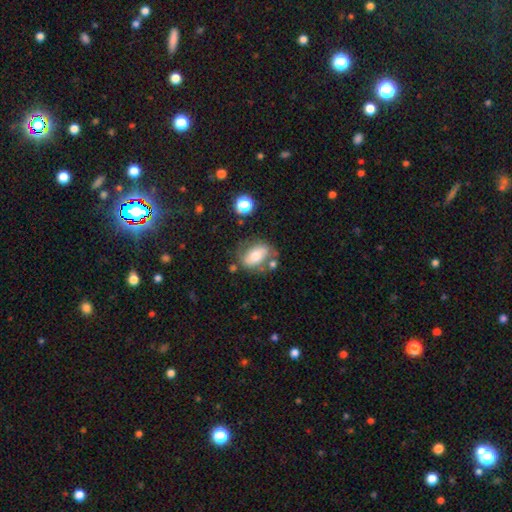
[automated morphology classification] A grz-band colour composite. It shows a smooth galaxy with no disk features (57%) that is in between round and cigar-shaped (79%). Merging: none (58%).